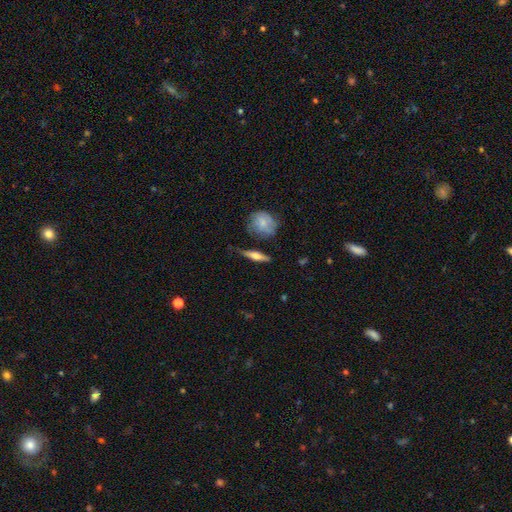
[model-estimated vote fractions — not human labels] smooth-or-featured: featured or disk: 47% | smooth: 46% | star or artifact: 7%
  merging: none: 75% | minor disturbance: 16% | major disturbance: 4% | merger: 4%